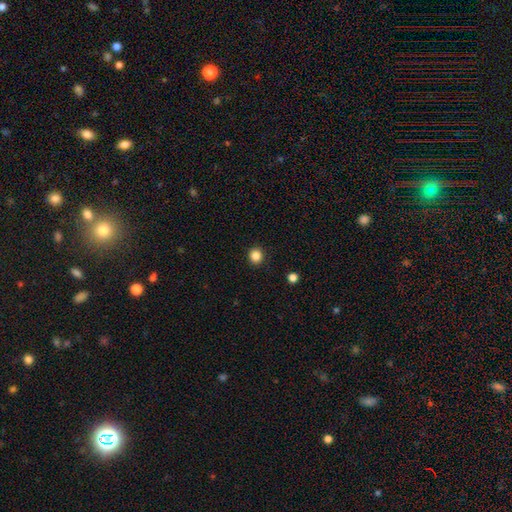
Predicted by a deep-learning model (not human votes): This appears to be a smooth galaxy with no disk features (86%) that is round (89%). Merging: none (92%).